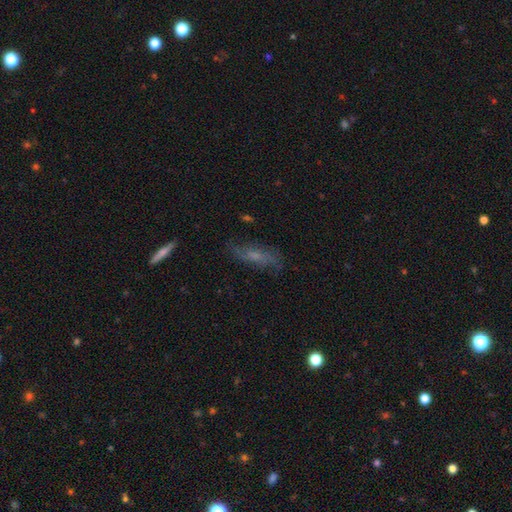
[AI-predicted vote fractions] Overall: featured or disk (52%; smooth 36%). Edge-on disk: no (70%). Merging: none (71%).